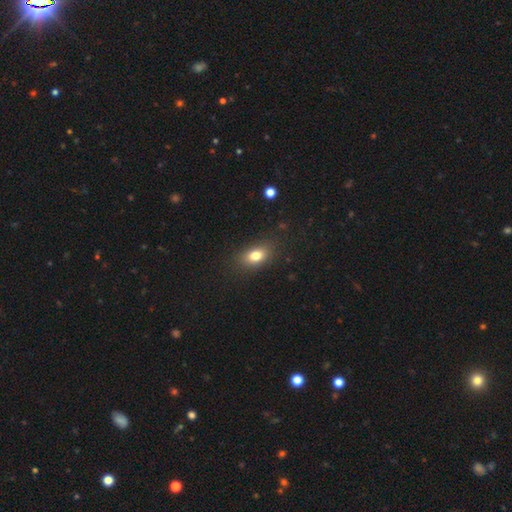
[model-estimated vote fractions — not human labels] Overall: smooth (79%). How rounded: in between (80%). Merging: none (83%).